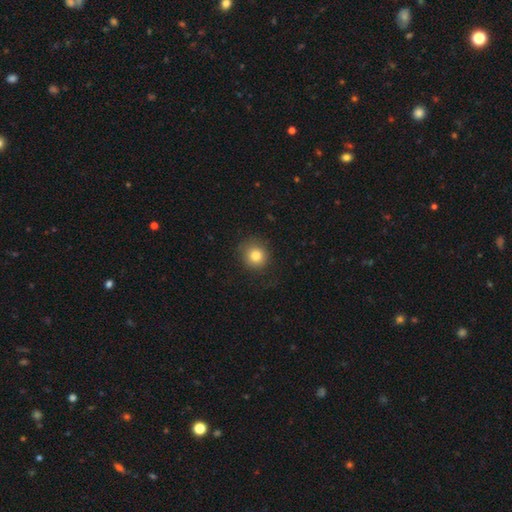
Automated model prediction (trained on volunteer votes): Smooth or featured: smooth — 82% (star or artifact — 11%)
How rounded: round — 90% (in between — 9%)
Merging: none — 84% (minor disturbance — 11%)